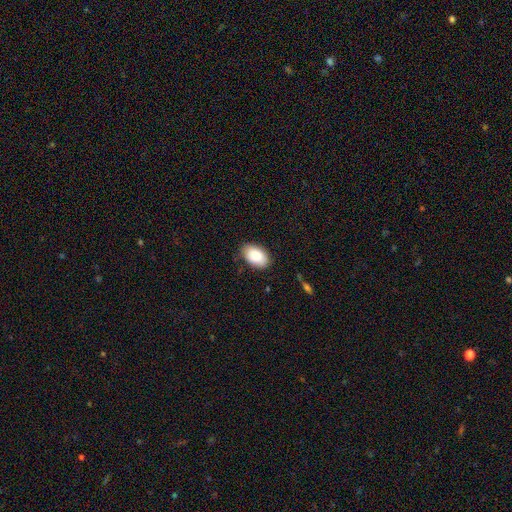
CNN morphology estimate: Smooth or featured?
  - smooth: 88% *
  - star or artifact: 6%
  - featured or disk: 6%
How rounded?
  - in between: 92% *
  - round: 7%
  - cigar-shaped: 1%
Merging?
  - none: 83% *
  - minor disturbance: 13%
  - major disturbance: 2%
  - merger: 1%